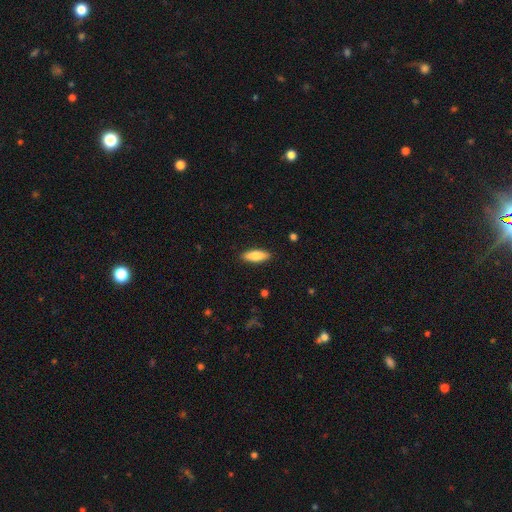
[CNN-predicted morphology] A smooth galaxy with no disk features (82%) that is in between round and cigar-shaped (60%). Merging: none (89%).